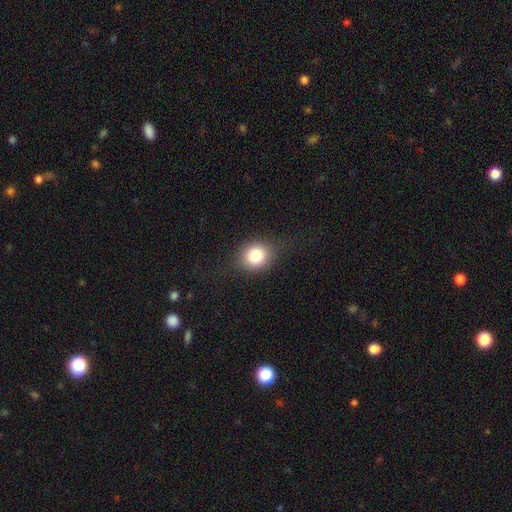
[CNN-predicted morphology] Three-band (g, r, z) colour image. It shows a smooth galaxy with no disk features (80%) that is round (65%). Merging: none (79%).